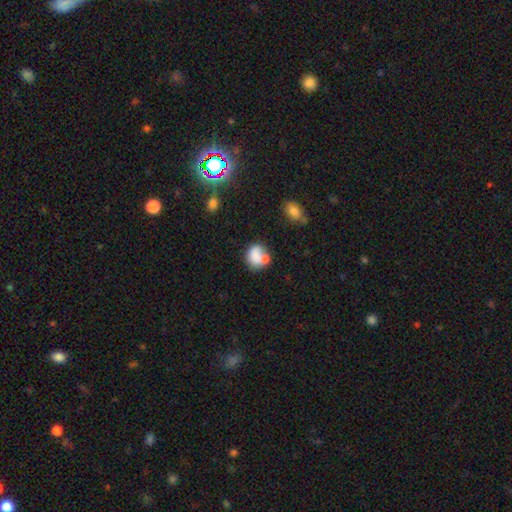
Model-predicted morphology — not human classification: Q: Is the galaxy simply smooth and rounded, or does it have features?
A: smooth — 75%.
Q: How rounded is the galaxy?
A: round — 56%.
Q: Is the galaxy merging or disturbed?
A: none — 39%.